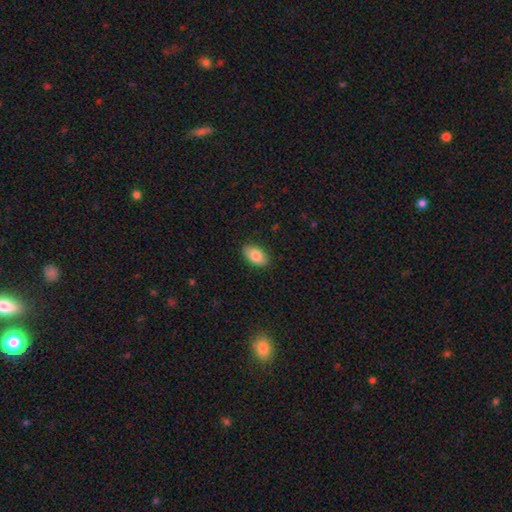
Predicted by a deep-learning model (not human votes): A smooth galaxy with no disk features (84%) that is in between round and cigar-shaped (93%).

Vote fractions:
- Smooth or featured? smooth: 84% / featured or disk: 9% / star or artifact: 7%
- How rounded? in between: 93% / round: 5% / cigar-shaped: 2%
- Merging? none: 88% / minor disturbance: 9% / major disturbance: 2% / merger: 1%